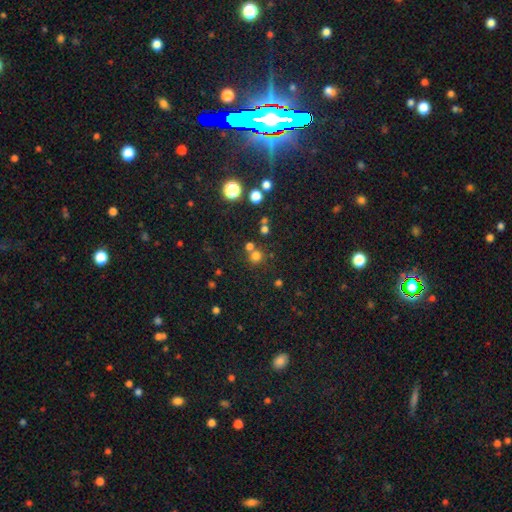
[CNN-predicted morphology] Smooth or featured?
  - smooth: 69% *
  - star or artifact: 23%
  - featured or disk: 8%
How rounded?
  - round: 90% *
  - in between: 9%
  - cigar-shaped: 1%
Merging?
  - none: 64% *
  - merger: 25%
  - minor disturbance: 8%
  - major disturbance: 4%